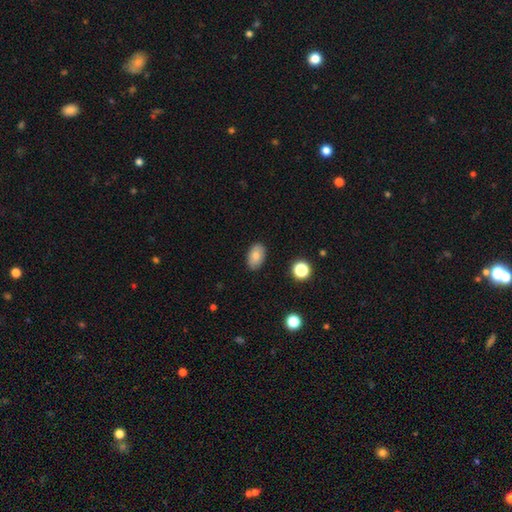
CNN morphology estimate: Smooth or featured: smooth — 82% (featured or disk — 10%)
How rounded: in between — 89% (round — 9%)
Merging: none — 87% (minor disturbance — 10%)